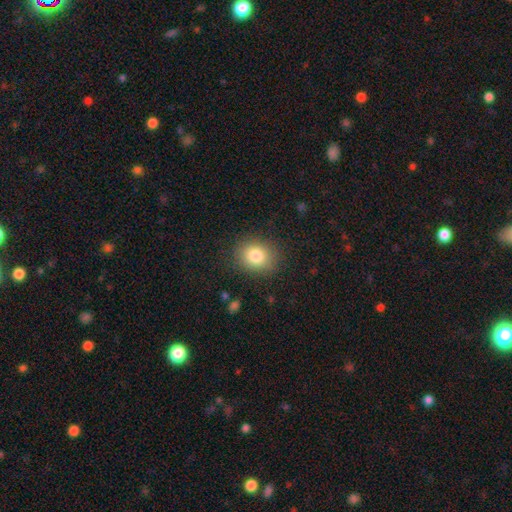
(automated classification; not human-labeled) Morphology: type=smooth (82%); roundness=round (67%); merging=none (87%).